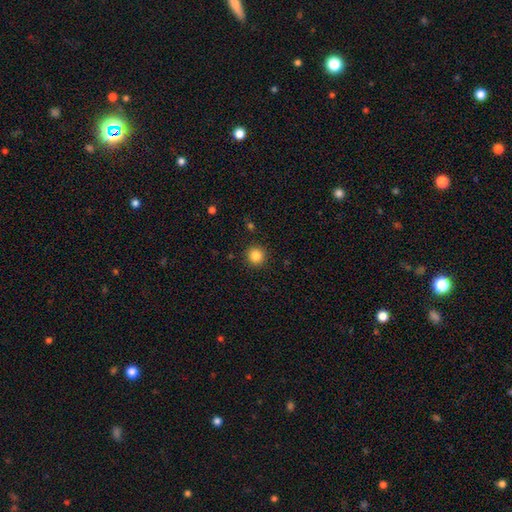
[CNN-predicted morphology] Smooth or featured? Predicted: smooth (p=0.85). How rounded? Predicted: round (p=0.95). Merging? Predicted: none (p=0.92).